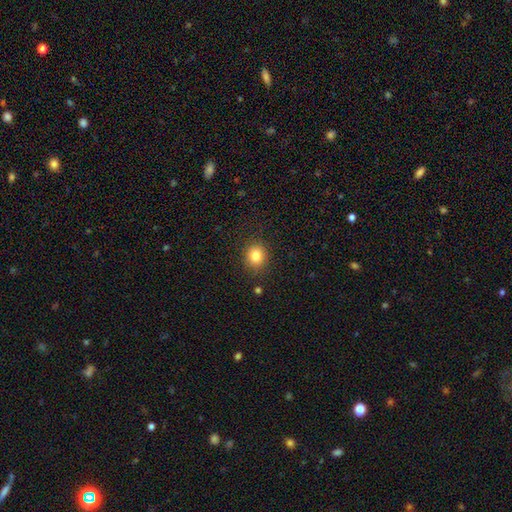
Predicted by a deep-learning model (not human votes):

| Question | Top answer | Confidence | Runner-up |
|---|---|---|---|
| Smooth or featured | smooth | 82% | star or artifact (11%) |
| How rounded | round | 75% | in between (24%) |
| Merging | none | 87% | minor disturbance (9%) |